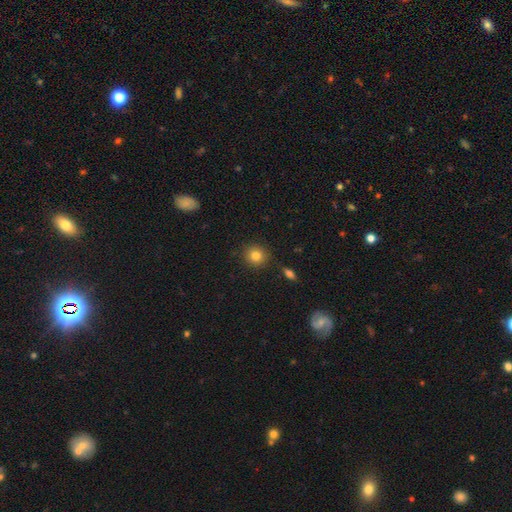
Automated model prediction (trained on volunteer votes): Smooth or featured? smooth (82%)
How rounded? round (90%)
Merging? none (88%)